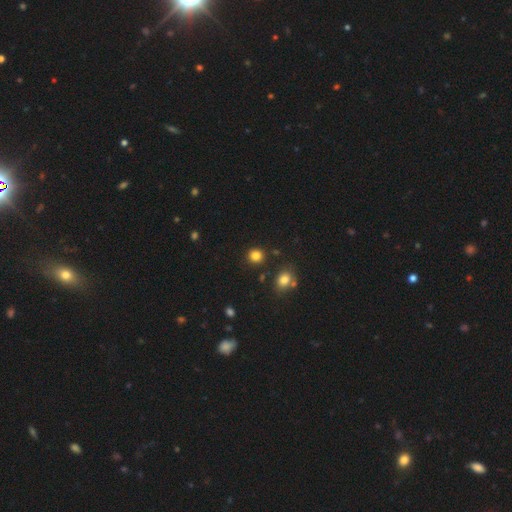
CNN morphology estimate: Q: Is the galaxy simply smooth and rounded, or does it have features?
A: smooth — 82%.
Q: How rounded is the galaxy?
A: round — 89%.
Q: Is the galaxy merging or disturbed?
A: none — 87%.